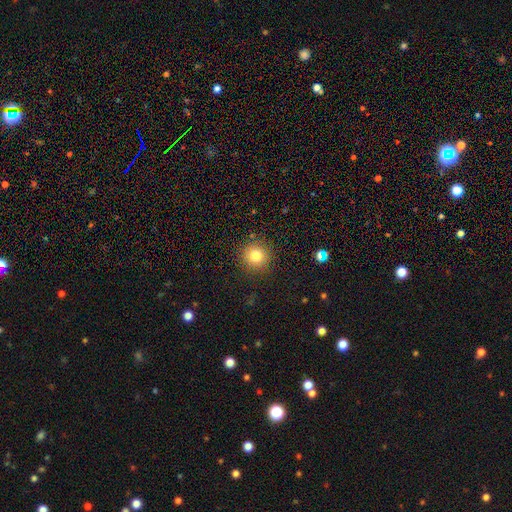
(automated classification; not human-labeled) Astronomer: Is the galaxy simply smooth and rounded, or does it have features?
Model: smooth — 79%.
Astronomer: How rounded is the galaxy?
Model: round — 95%.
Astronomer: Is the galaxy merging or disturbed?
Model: none — 90%.